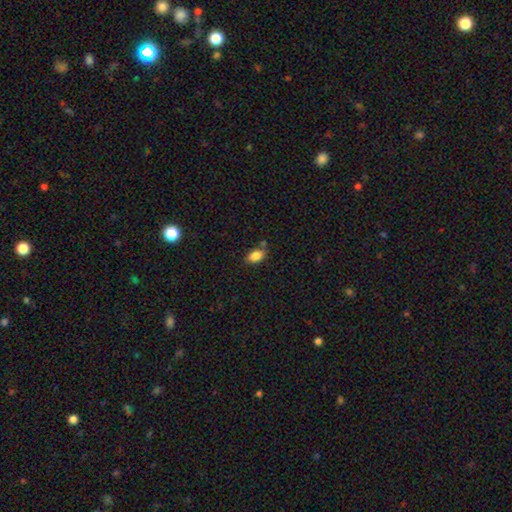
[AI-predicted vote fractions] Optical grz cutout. It shows a smooth galaxy with no disk features (85%) that is in between round and cigar-shaped (87%). Merging: none (69%).